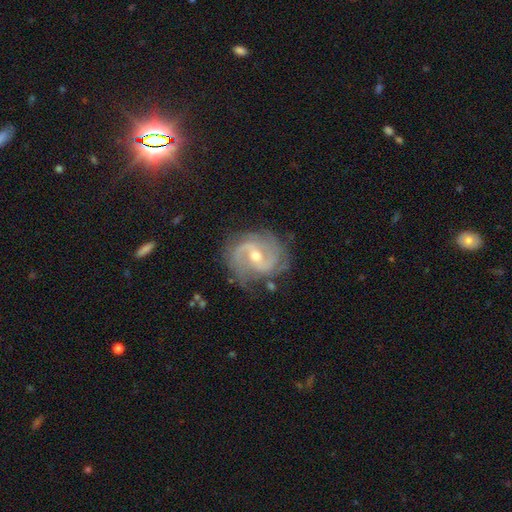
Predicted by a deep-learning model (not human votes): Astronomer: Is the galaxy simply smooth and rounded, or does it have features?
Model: featured or disk — 89%.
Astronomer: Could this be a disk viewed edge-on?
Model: no — 98%.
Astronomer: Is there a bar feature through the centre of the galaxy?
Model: weak — 53%.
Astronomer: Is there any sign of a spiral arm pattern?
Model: yes — 97%.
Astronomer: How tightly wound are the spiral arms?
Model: medium — 49% (runner-up: tight, 34%).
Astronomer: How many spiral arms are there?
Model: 2 — 73%.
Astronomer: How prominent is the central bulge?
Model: moderate — 58% (runner-up: small, 38%).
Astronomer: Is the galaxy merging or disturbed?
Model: none — 71%.